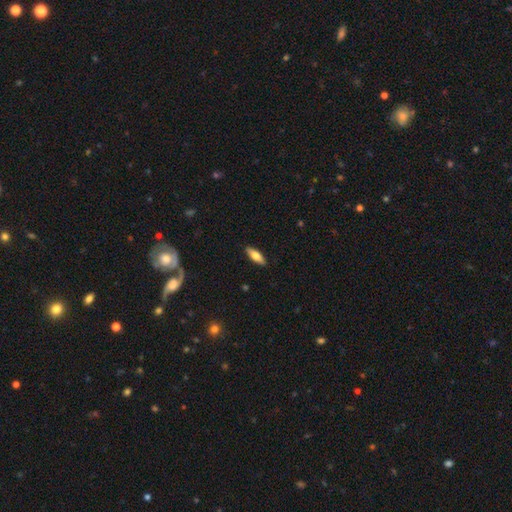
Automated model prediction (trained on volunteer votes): Q: Smooth or featured?
A: smooth (63%); runner-up: featured or disk (30%)
Q: How rounded?
A: in between (59%); runner-up: cigar-shaped (39%)
Q: Merging?
A: none (89%); runner-up: minor disturbance (8%)